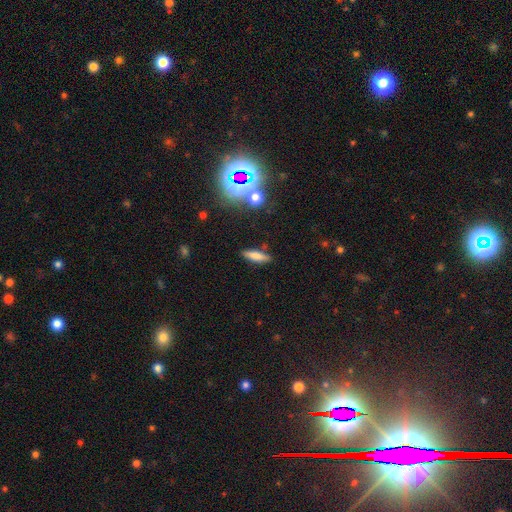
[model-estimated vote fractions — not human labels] A smooth galaxy with no disk features (68%) that is cigar-shaped (58%).

Vote fractions:
- Smooth or featured? smooth: 68% / featured or disk: 20% / star or artifact: 11%
- How rounded? cigar-shaped: 58% / in between: 38% / round: 3%
- Merging? none: 85% / minor disturbance: 10% / merger: 3% / major disturbance: 3%